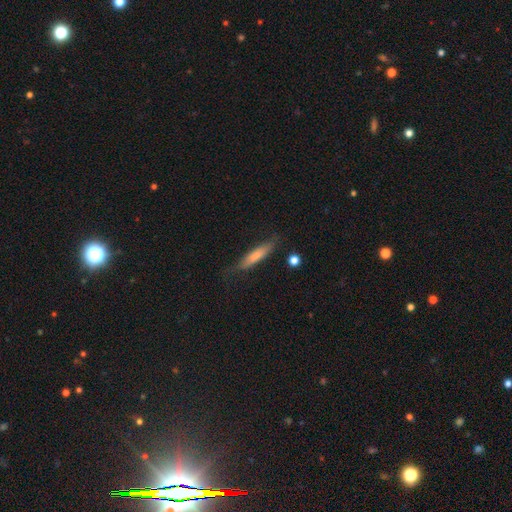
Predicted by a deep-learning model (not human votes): Smooth or featured? Predicted: smooth (p=0.73). How rounded? Predicted: cigar-shaped (p=0.82). Merging? Predicted: none (p=0.72).